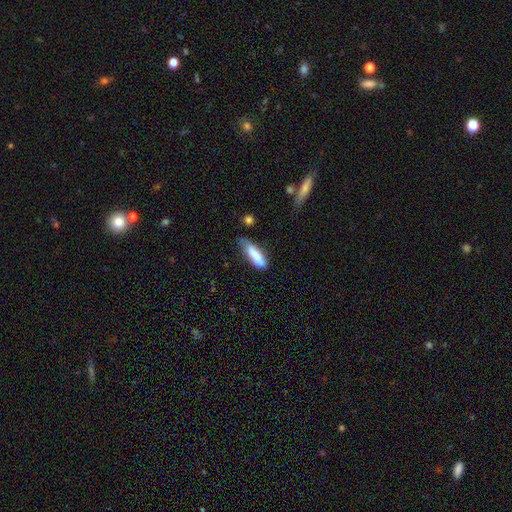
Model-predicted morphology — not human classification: Smooth or featured?
  - smooth: 75% *
  - featured or disk: 18%
  - star or artifact: 7%
How rounded?
  - cigar-shaped: 60% *
  - in between: 39%
  - round: 2%
Merging?
  - none: 48% *
  - minor disturbance: 34%
  - major disturbance: 11%
  - merger: 6%